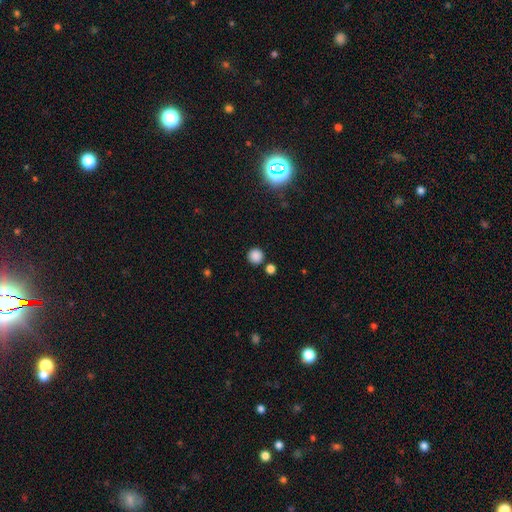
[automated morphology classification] smooth-or-featured: smooth: 84% | star or artifact: 12% | featured or disk: 4%
  how-rounded: round: 94% | in between: 5% | cigar-shaped: 1%
  merging: none: 82% | merger: 8% | minor disturbance: 7% | major disturbance: 3%